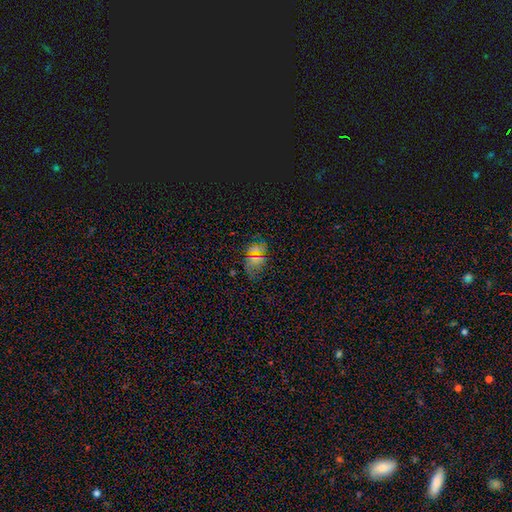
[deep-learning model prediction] A star or artifact, not a galaxy (41%).

Vote fractions:
- Smooth or featured? star or artifact: 41% / featured or disk: 34% / smooth: 25%